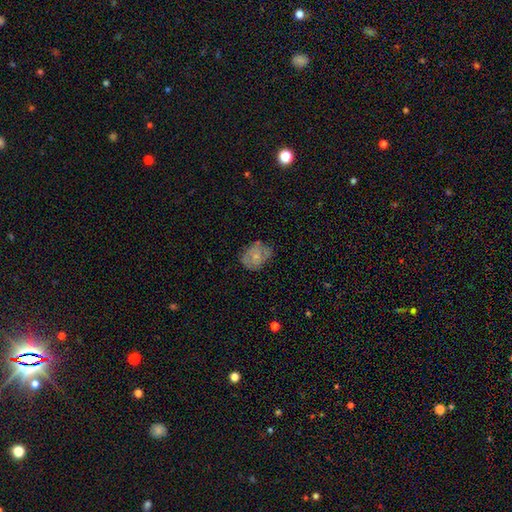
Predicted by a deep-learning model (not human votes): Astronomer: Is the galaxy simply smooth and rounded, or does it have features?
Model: smooth — 54% (runner-up: featured or disk, 38%).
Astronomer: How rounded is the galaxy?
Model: in between — 61% (runner-up: round, 38%).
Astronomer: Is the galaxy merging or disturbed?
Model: none — 64%.